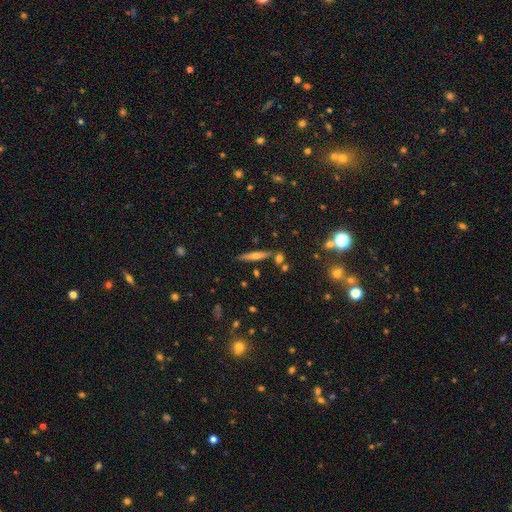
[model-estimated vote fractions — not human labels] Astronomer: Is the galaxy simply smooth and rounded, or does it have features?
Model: featured or disk — 51% (runner-up: smooth, 41%).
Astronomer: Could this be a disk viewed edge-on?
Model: yes — 94%.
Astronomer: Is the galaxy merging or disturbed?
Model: none — 81%.